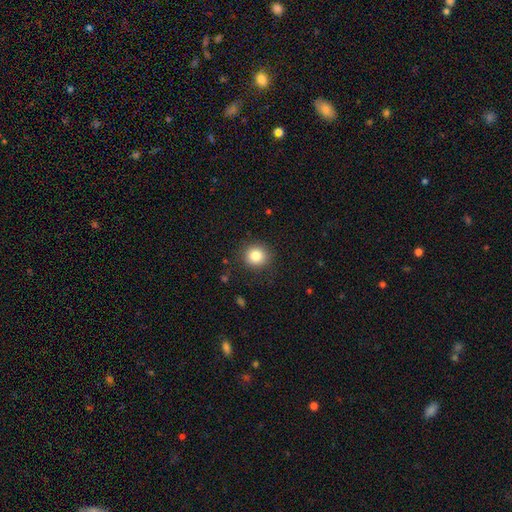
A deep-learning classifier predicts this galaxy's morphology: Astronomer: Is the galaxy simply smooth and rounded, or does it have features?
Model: smooth — 83%.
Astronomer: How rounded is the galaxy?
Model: round — 90%.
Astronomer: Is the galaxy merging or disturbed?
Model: none — 88%.